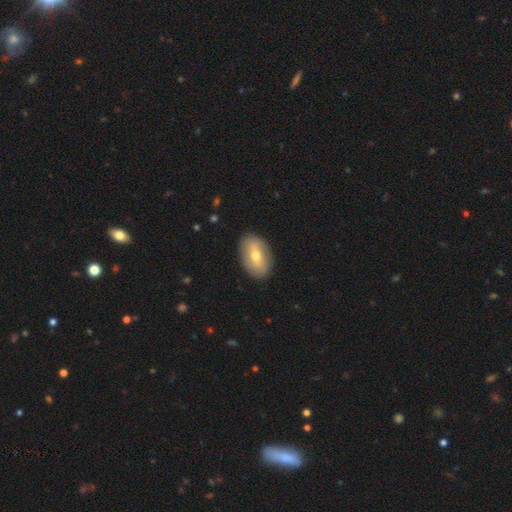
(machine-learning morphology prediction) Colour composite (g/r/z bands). It shows a smooth galaxy with no disk features (55%) that is in between round and cigar-shaped (87%). Merging: none (86%).